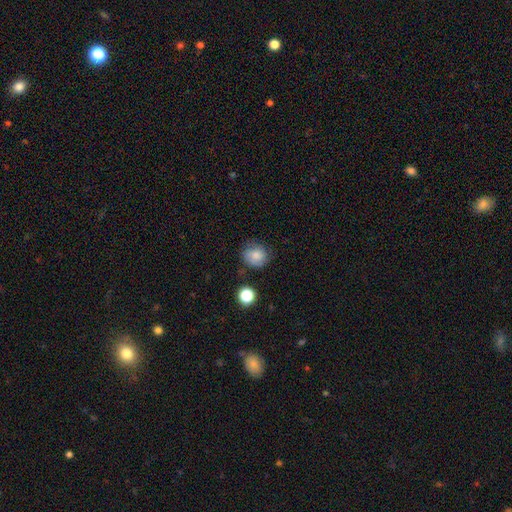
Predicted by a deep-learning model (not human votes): Smooth or featured: smooth — 78% (featured or disk — 12%)
How rounded: round — 78% (in between — 21%)
Merging: none — 71% (minor disturbance — 20%)